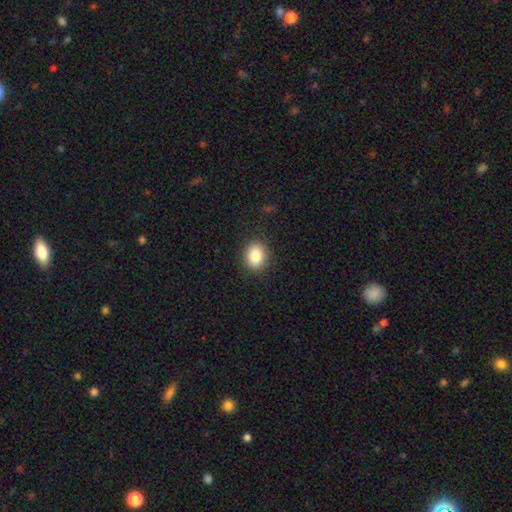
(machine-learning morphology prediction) A smooth galaxy with no disk features (84%) that is round (57%). Merging: none (89%).